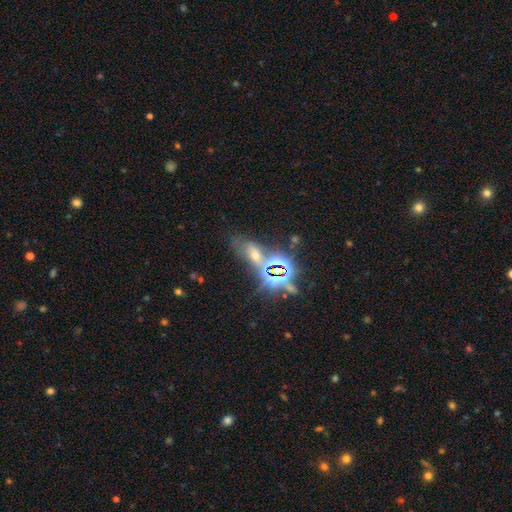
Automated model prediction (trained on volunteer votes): Overall: star or artifact (57%; smooth 24%).